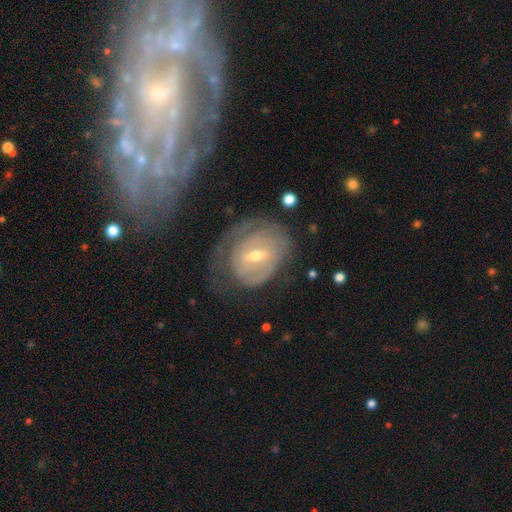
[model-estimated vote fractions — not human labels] Q: Smooth or featured?
A: featured or disk (72%); runner-up: smooth (21%)
Q: Edge-on disk?
A: no (95%); runner-up: yes (5%)
Q: Bar?
A: weak (53%); runner-up: strong (24%)
Q: Spiral arms?
A: yes (72%); runner-up: no (28%)
Q: Bulge size?
A: moderate (52%); runner-up: small (44%)
Q: Merging?
A: none (44%); runner-up: major disturbance (28%)